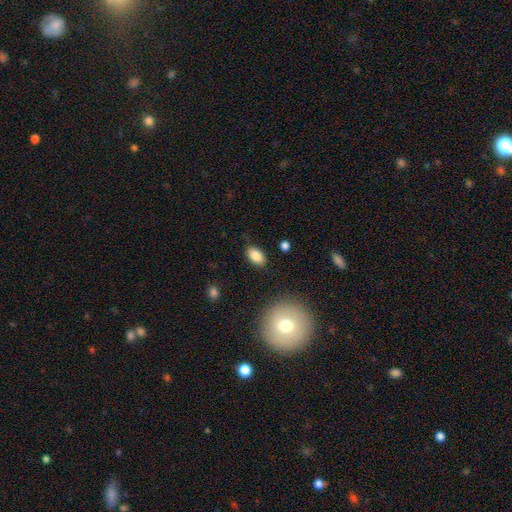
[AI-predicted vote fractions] This is clearly a smooth galaxy (84%). How rounded: clearly in between (91%). Merging: clearly none (83%).